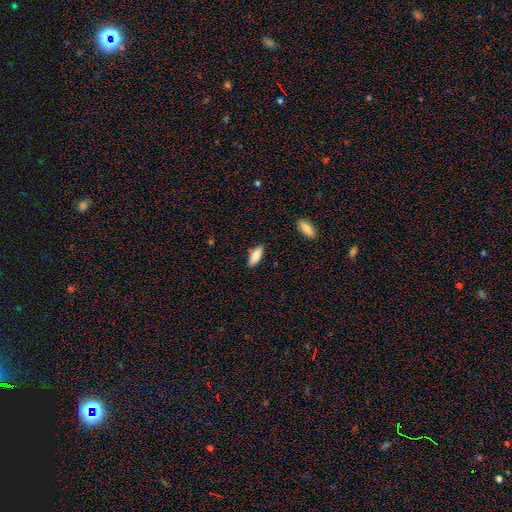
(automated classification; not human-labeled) A smooth galaxy with no disk features (80%) that is in between round and cigar-shaped (70%).

Vote fractions:
- Smooth or featured? smooth: 80% / featured or disk: 13% / star or artifact: 7%
- How rounded? in between: 70% / cigar-shaped: 29% / round: 2%
- Merging? none: 84% / minor disturbance: 12% / major disturbance: 2% / merger: 2%